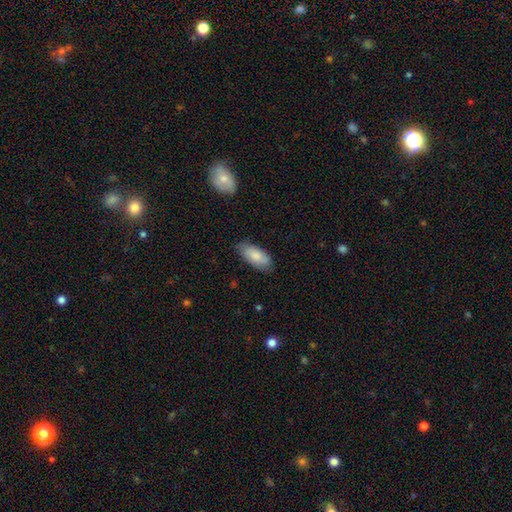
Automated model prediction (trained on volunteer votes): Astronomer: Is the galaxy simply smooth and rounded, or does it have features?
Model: smooth — 79%.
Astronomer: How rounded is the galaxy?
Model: in between — 88%.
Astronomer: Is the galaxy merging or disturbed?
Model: none — 76%.